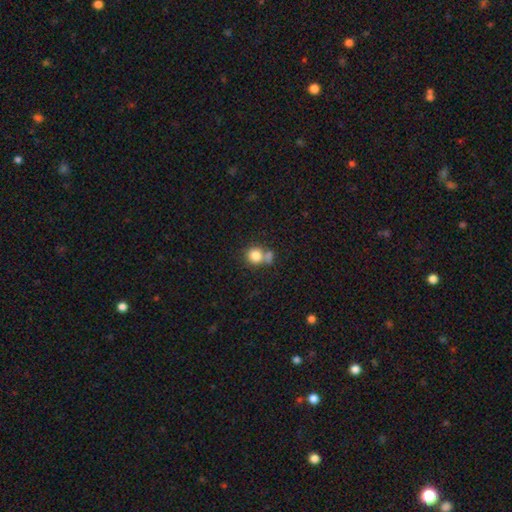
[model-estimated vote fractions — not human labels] Smooth or featured?
  - smooth: 81% *
  - star or artifact: 10%
  - featured or disk: 9%
How rounded?
  - round: 86% *
  - in between: 13%
  - cigar-shaped: 1%
Merging?
  - none: 50% *
  - merger: 34%
  - minor disturbance: 12%
  - major disturbance: 5%